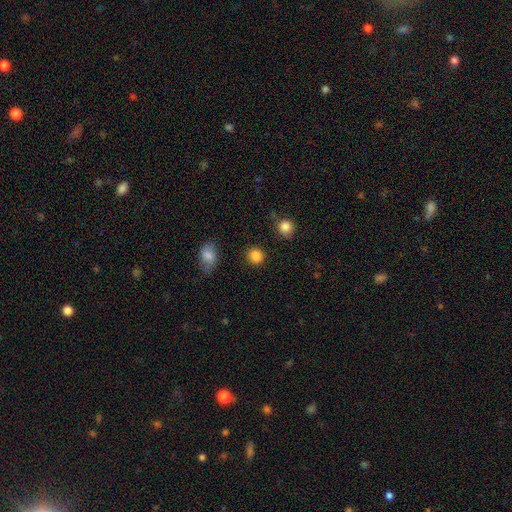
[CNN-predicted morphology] smooth_or_featured: smooth (p=0.86) [alt: star or artifact p=0.11]
how_rounded: round (p=0.79) [alt: in between p=0.19]
merging: none (p=0.85) [alt: minor disturbance p=0.09]